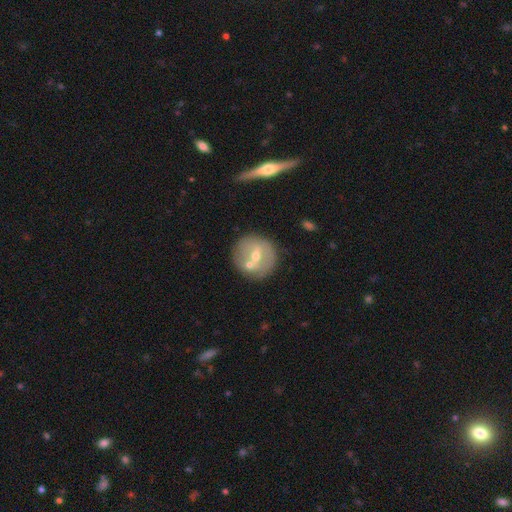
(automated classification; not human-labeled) Smooth or featured? Predicted: smooth (p=0.50). How rounded? Predicted: round (p=0.91). Merging? Predicted: none (p=0.63).